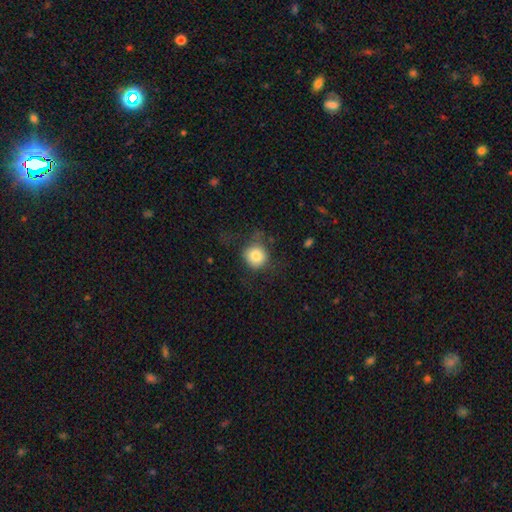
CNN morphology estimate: Q: Smooth or featured?
A: smooth (80%); runner-up: star or artifact (10%)
Q: How rounded?
A: round (88%); runner-up: in between (11%)
Q: Merging?
A: none (61%); runner-up: minor disturbance (23%)